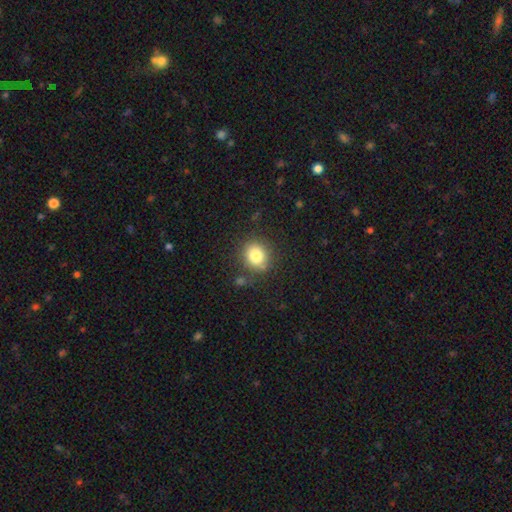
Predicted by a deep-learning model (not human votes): This appears to be a smooth galaxy with no disk features (81%) that is round (81%). Merging: none (82%).